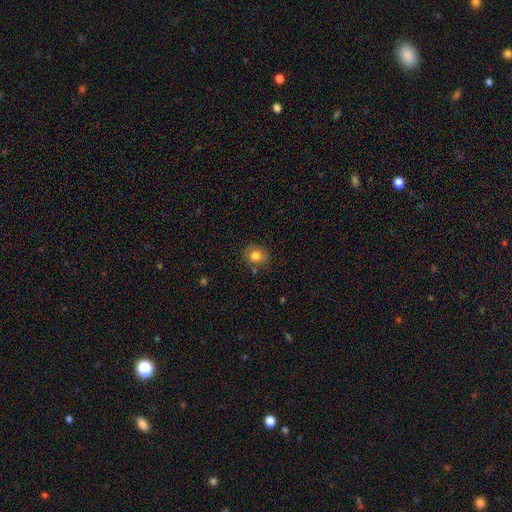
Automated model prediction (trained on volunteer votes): Smooth or featured? smooth (81%)
How rounded? round (76%)
Merging? none (80%)